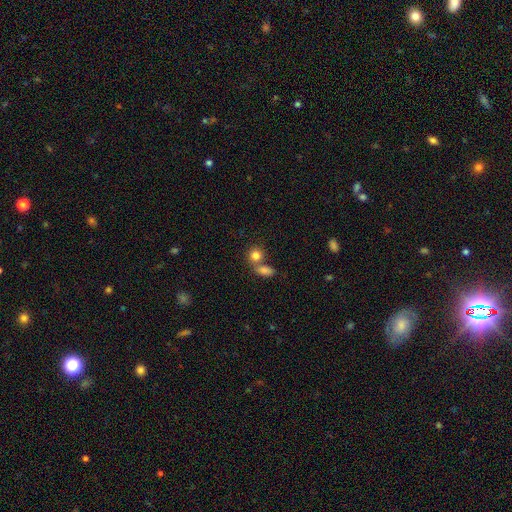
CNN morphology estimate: A smooth galaxy with no disk features (82%) that is round (71%).

Vote fractions:
- Smooth or featured? smooth: 82% / star or artifact: 10% / featured or disk: 8%
- How rounded? round: 71% / in between: 27% / cigar-shaped: 2%
- Merging? none: 46% / merger: 41% / minor disturbance: 9% / major disturbance: 4%